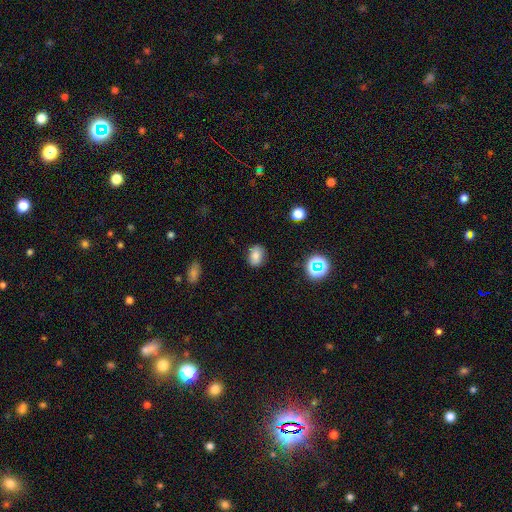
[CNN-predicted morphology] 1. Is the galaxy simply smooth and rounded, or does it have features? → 80% smooth, 12% star or artifact, 7% featured or disk.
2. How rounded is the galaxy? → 67% in between, 32% round, 1% cigar-shaped.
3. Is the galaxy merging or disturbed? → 84% none, 11% minor disturbance, 3% major disturbance, 1% merger.